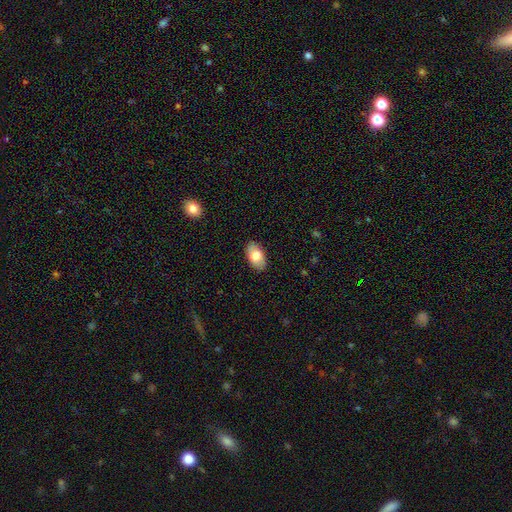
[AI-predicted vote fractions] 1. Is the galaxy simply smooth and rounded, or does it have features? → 79% smooth, 15% featured or disk, 6% star or artifact.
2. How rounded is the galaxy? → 94% in between, 4% round, 2% cigar-shaped.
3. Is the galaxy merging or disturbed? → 87% none, 10% minor disturbance, 2% major disturbance, 1% merger.